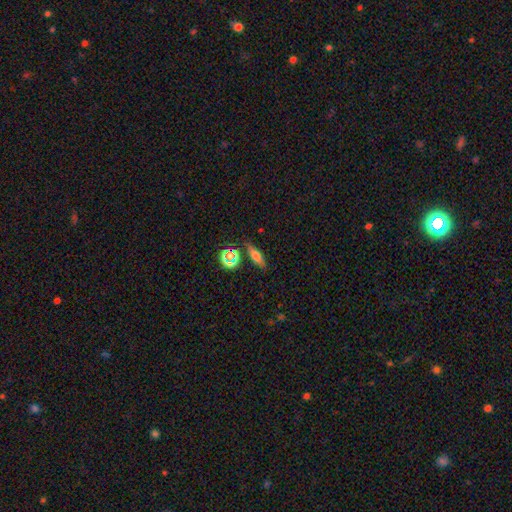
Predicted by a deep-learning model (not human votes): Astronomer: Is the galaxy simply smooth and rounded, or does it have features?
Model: smooth — 61%.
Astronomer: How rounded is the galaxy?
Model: cigar-shaped — 49% (runner-up: in between, 43%).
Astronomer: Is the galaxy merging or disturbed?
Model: none — 82%.